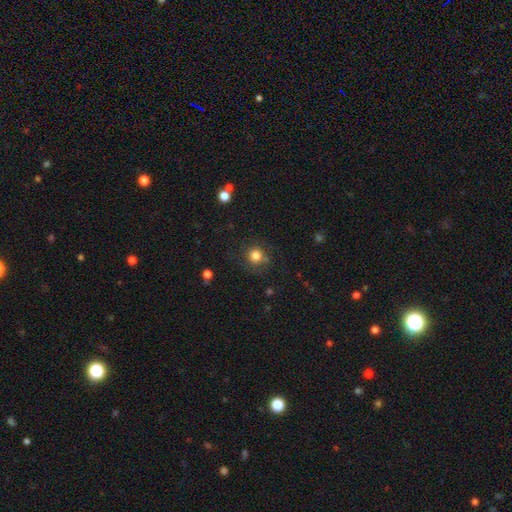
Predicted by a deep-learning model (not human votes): Smooth or featured? Predicted: smooth (p=0.81). How rounded? Predicted: round (p=0.92). Merging? Predicted: none (p=0.77).